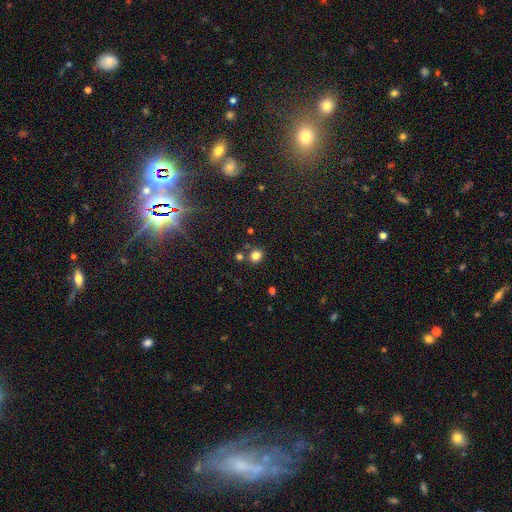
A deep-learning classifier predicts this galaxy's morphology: Smooth or featured? smooth (80%)
How rounded? round (83%)
Merging? none (76%)